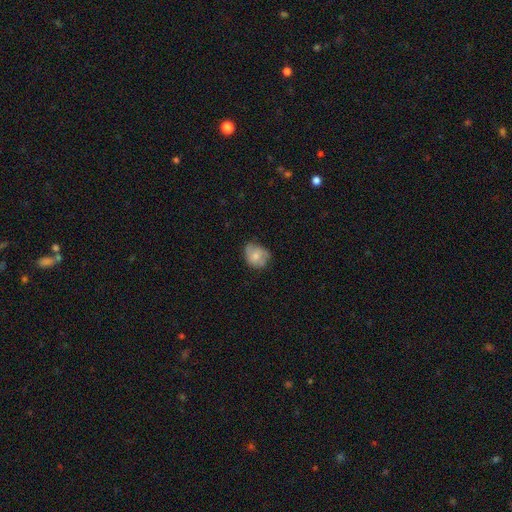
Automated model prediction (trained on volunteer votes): Smooth or featured: smooth — 65% (featured or disk — 27%)
How rounded: round — 60% (in between — 39%)
Merging: none — 57% (minor disturbance — 32%)